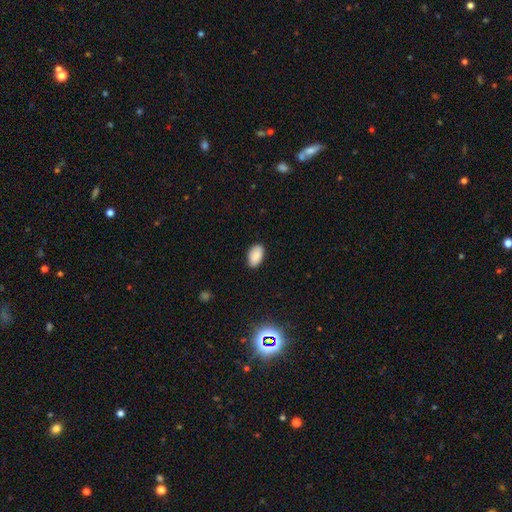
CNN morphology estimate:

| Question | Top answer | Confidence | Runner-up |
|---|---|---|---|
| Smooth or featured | smooth | 88% | star or artifact (7%) |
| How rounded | in between | 94% | round (5%) |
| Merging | none | 87% | minor disturbance (10%) |